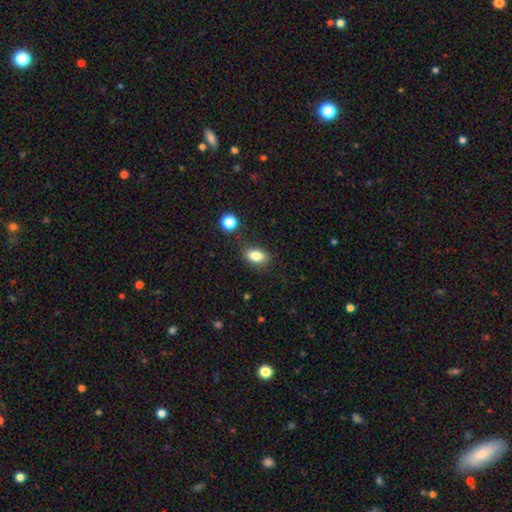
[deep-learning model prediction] smooth_or_featured: smooth (p=0.83) [alt: star or artifact p=0.09]
how_rounded: in between (p=0.85) [alt: round p=0.13]
merging: none (p=0.82) [alt: minor disturbance p=0.12]